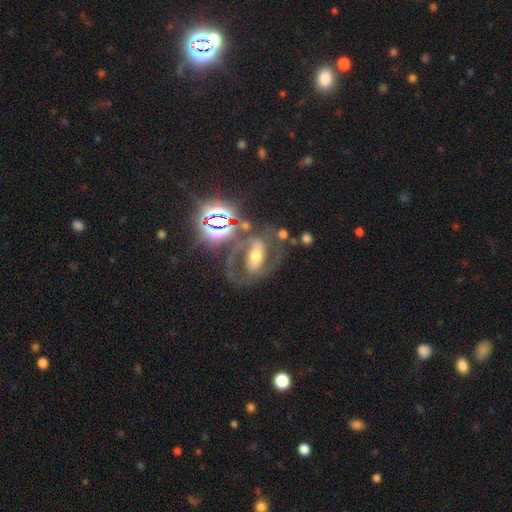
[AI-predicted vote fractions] The model was most divided on "bar": strong: 48%, weak: 28%, no: 24%. More confident: edge-on disk — no (94%); spiral arms — yes (79%); bulge size — moderate (64%); smooth or featured — featured or disk (63%); merging — none (60%).